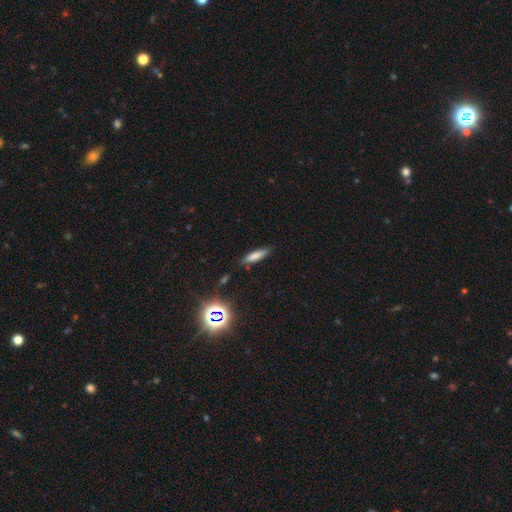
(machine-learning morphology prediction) smooth_or_featured: smooth (p=0.72) [alt: featured or disk p=0.15]
how_rounded: cigar-shaped (p=0.75) [alt: in between p=0.23]
merging: none (p=0.82) [alt: minor disturbance p=0.13]